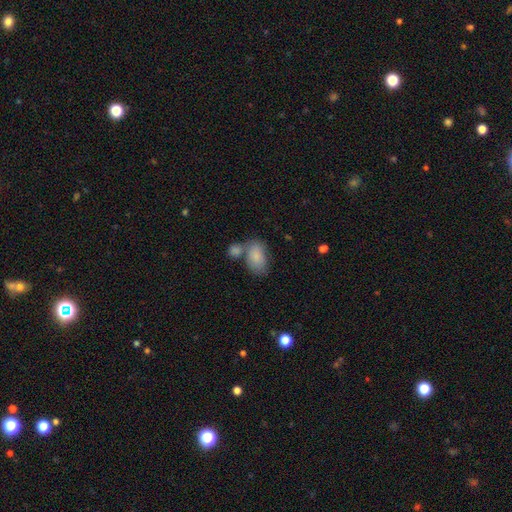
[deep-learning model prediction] Smooth or featured? Predicted: smooth (p=0.83). How rounded? Predicted: in between (p=0.89). Merging? Predicted: none (p=0.41).